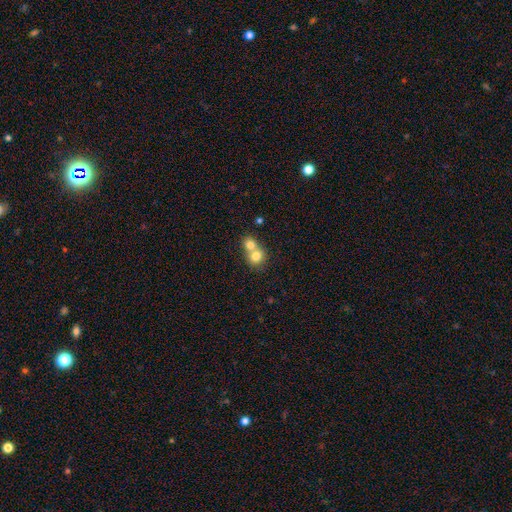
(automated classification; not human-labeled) Morphology: type=smooth (76%); roundness=round (76%); merging=merger (67%).